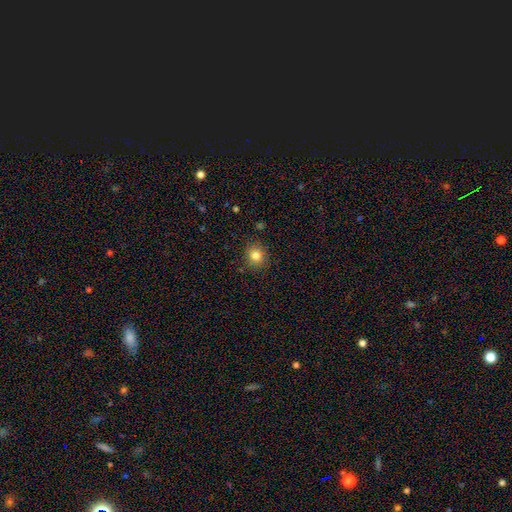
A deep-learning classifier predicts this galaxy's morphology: Smooth or featured: smooth — 82% (star or artifact — 12%)
How rounded: round — 83% (in between — 16%)
Merging: none — 87% (minor disturbance — 9%)